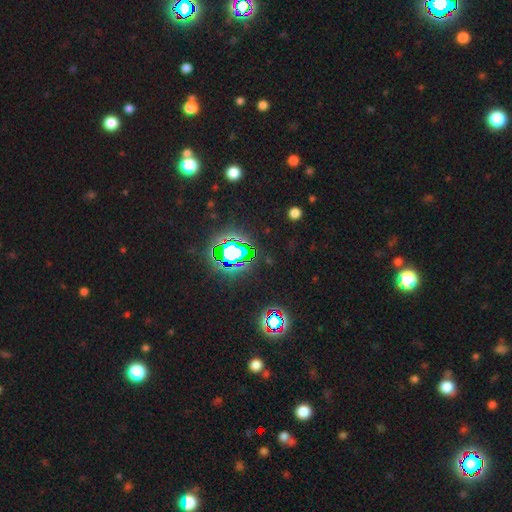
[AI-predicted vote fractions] Q: Smooth or featured?
A: star or artifact (80%); runner-up: smooth (13%)